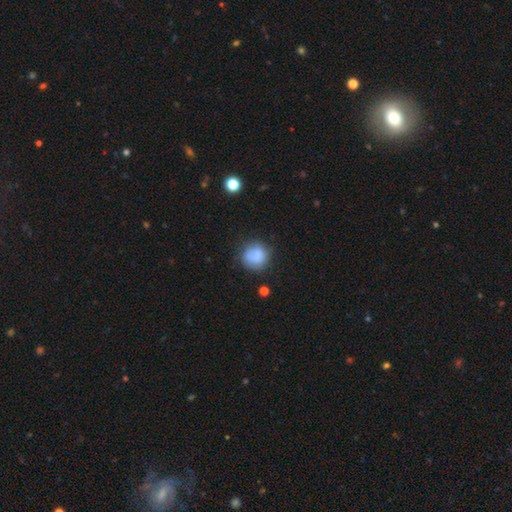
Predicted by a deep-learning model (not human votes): A smooth galaxy with no disk features (81%) that is round (87%). Merging: none (72%).